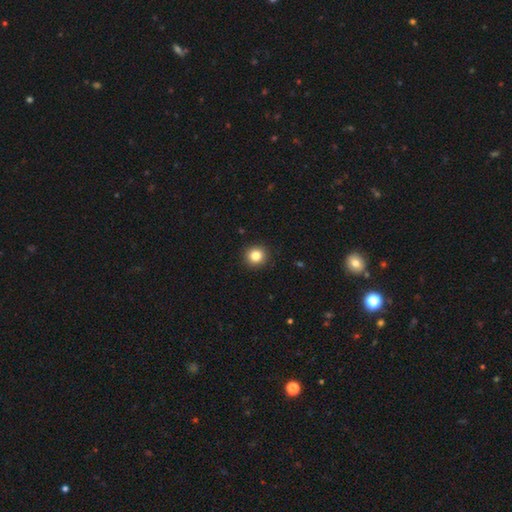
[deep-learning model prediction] The model was most divided on "smooth or featured": smooth: 83%, star or artifact: 11%, featured or disk: 6%. More confident: how rounded — round (93%); merging — none (92%).